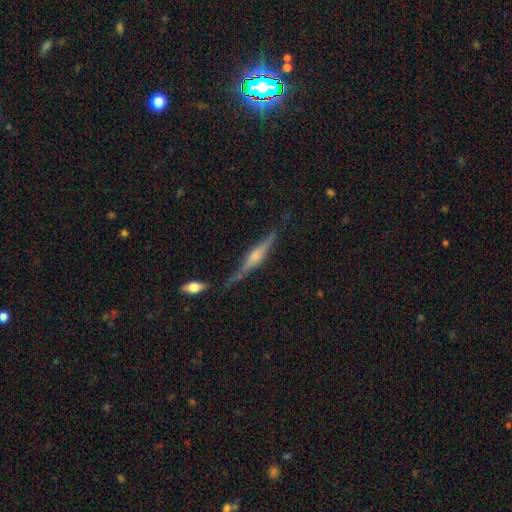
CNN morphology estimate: smooth-or-featured: featured or disk: 74% | smooth: 18% | star or artifact: 7%
  disk-edge-on: yes: 97% | no: 3%
    edge-on-bulge: rounded: 72% | boxy: 21% | none: 7%
  merging: none: 72% | minor disturbance: 17% | merger: 6% | major disturbance: 5%